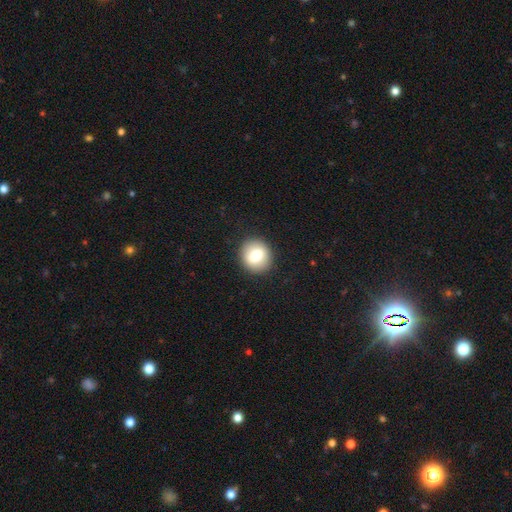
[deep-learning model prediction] Q: Smooth or featured?
A: smooth (73%); runner-up: featured or disk (19%)
Q: How rounded?
A: round (86%); runner-up: in between (13%)
Q: Merging?
A: none (91%); runner-up: minor disturbance (6%)